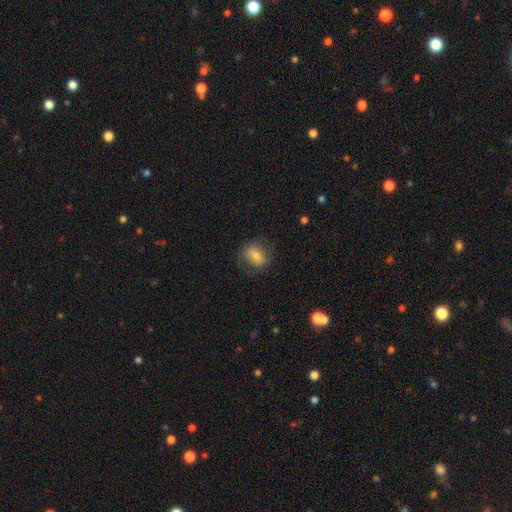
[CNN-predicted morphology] Smooth or featured?
  - smooth: 72% *
  - featured or disk: 19%
  - star or artifact: 10%
How rounded?
  - in between: 59% *
  - round: 39%
  - cigar-shaped: 2%
Merging?
  - none: 74% *
  - minor disturbance: 17%
  - major disturbance: 8%
  - merger: 1%